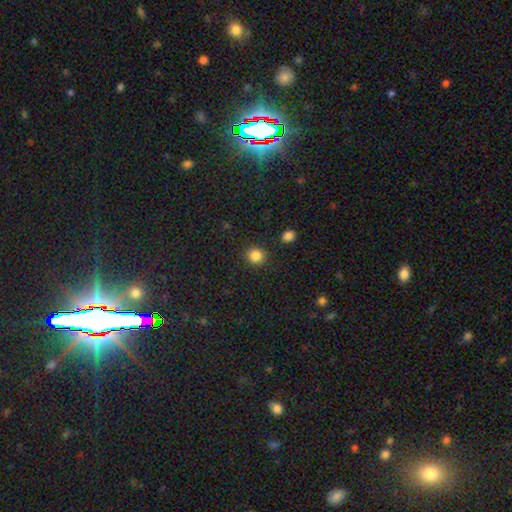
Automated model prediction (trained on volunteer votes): Smooth or featured? smooth (85%)
How rounded? round (87%)
Merging? none (89%)